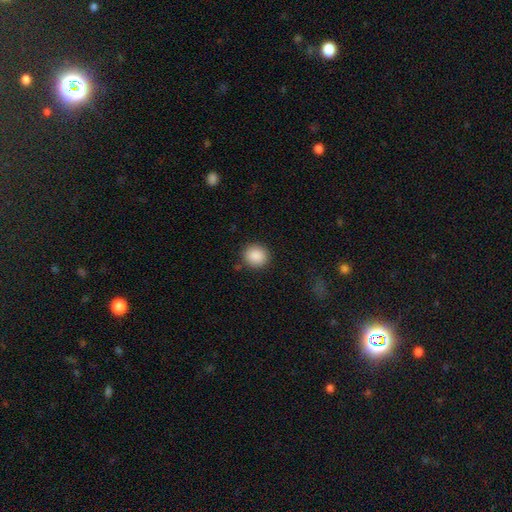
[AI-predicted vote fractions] Smooth or featured? Predicted: smooth (p=0.89). How rounded? Predicted: round (p=0.84). Merging? Predicted: none (p=0.88).